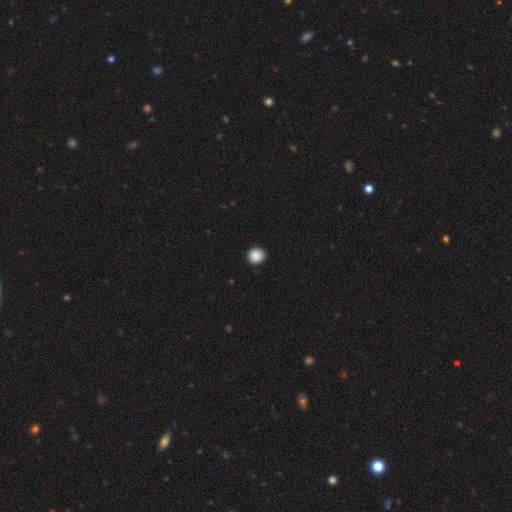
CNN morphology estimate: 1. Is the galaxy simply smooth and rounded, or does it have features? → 89% smooth, 9% star or artifact, 2% featured or disk.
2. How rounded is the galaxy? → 92% round, 7% in between, 1% cigar-shaped.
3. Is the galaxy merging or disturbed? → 92% none, 5% minor disturbance, 2% major disturbance, 1% merger.